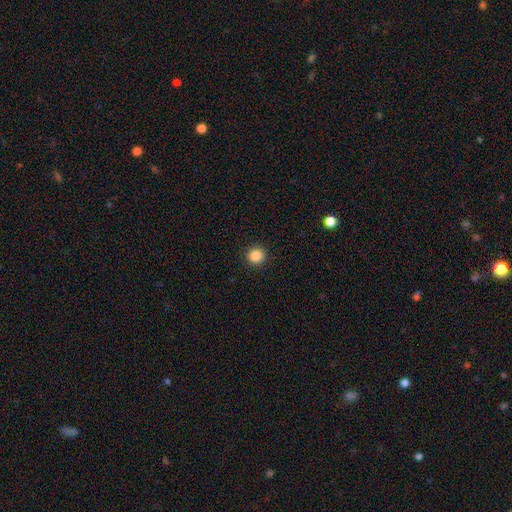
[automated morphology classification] Smooth or featured: smooth — 86% (star or artifact — 11%)
How rounded: round — 92% (in between — 7%)
Merging: none — 93% (minor disturbance — 4%)